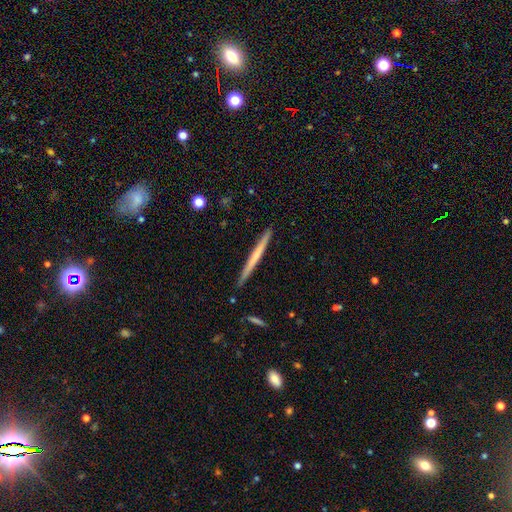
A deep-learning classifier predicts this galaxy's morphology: Smooth or featured?
  - smooth: 50% *
  - featured or disk: 45%
  - star or artifact: 5%
Merging?
  - none: 91% *
  - minor disturbance: 7%
  - merger: 1%
  - major disturbance: 1%